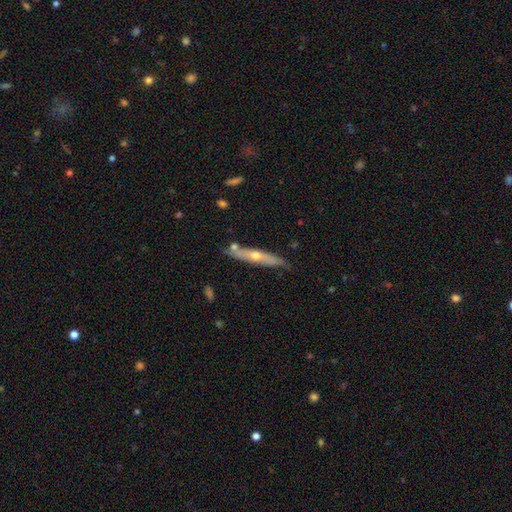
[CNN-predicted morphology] Smooth or featured? featured or disk (60%)
Edge-on disk? yes (82%)
Merging? none (73%)